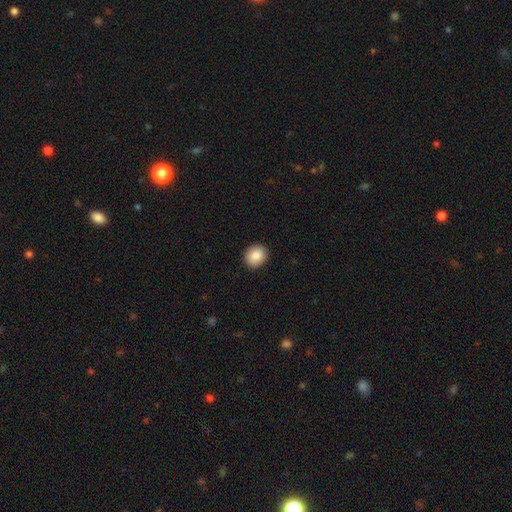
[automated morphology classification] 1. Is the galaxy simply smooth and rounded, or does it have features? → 88% smooth, 8% star or artifact, 5% featured or disk.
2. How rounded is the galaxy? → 70% round, 29% in between, 1% cigar-shaped.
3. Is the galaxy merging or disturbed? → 91% none, 6% minor disturbance, 2% major disturbance, 1% merger.